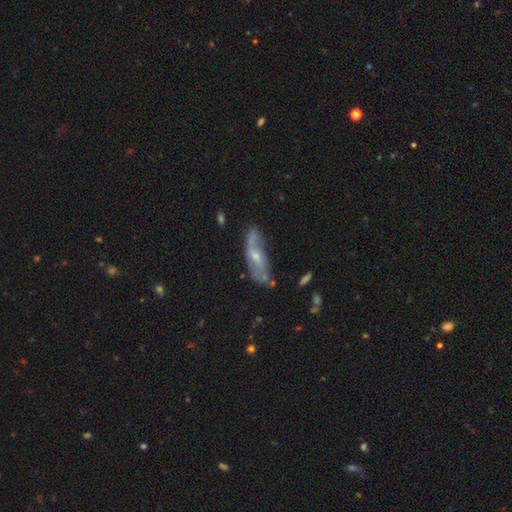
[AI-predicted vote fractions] featured or disk 63%, smooth 30%, star or artifact 7%. Down the decision tree: edge-on disk — no (79%); merging — none (57%).